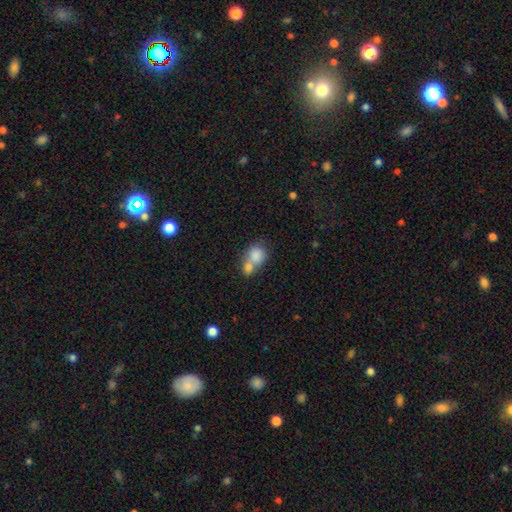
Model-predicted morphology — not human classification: Smooth or featured? smooth (80%)
How rounded? round (63%)
Merging? merger (64%)